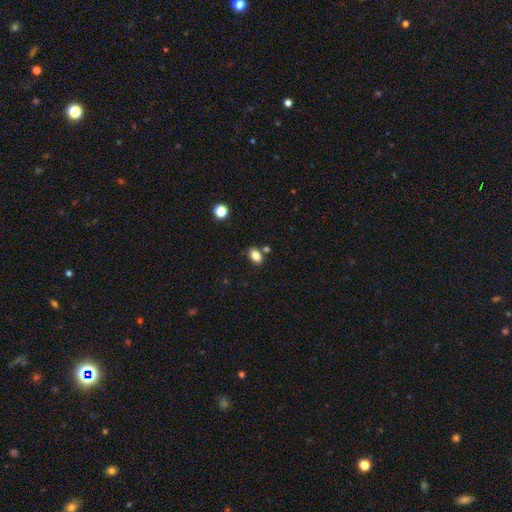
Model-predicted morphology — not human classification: This appears to be a smooth galaxy with no disk features (84%) that is in between round and cigar-shaped (83%). Merging: none (76%).